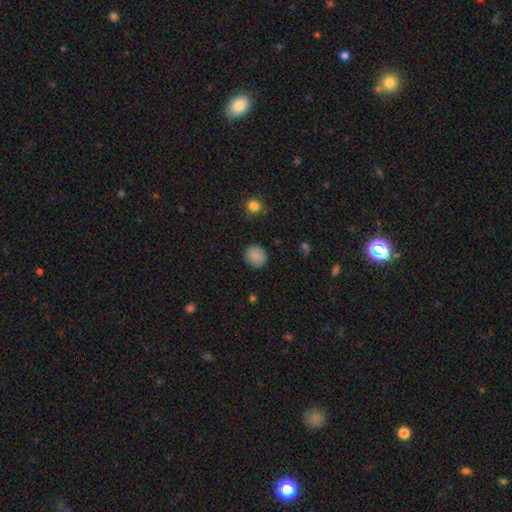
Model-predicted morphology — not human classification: Smooth or featured? Predicted: smooth (p=0.86). How rounded? Predicted: round (p=0.83). Merging? Predicted: none (p=0.87).